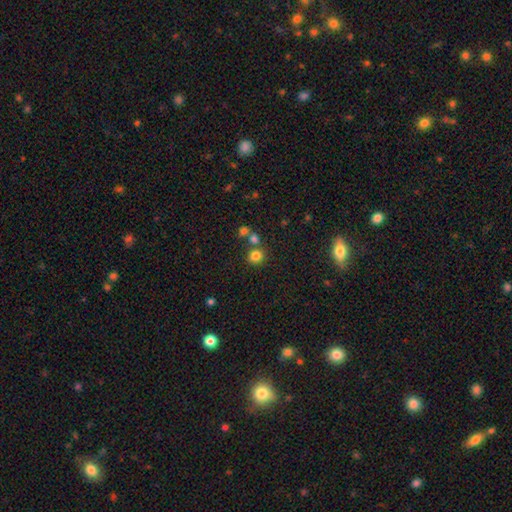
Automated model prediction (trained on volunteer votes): Smooth or featured: smooth — 80% (star or artifact — 14%)
How rounded: round — 81% (in between — 18%)
Merging: none — 70% (merger — 18%)